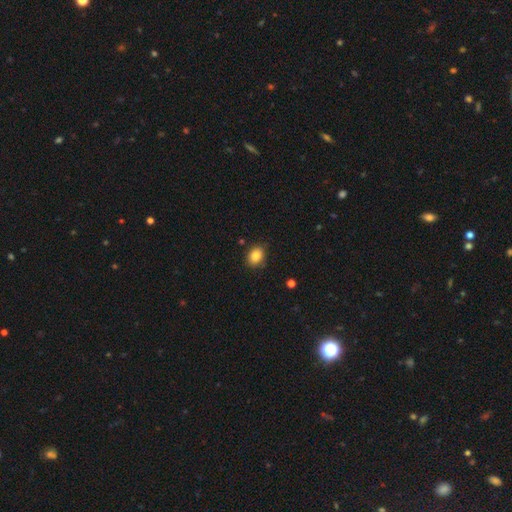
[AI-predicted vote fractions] smooth_or_featured: smooth (p=0.85) [alt: star or artifact p=0.10]
how_rounded: in between (p=0.52) [alt: round p=0.47]
merging: none (p=0.83) [alt: minor disturbance p=0.13]